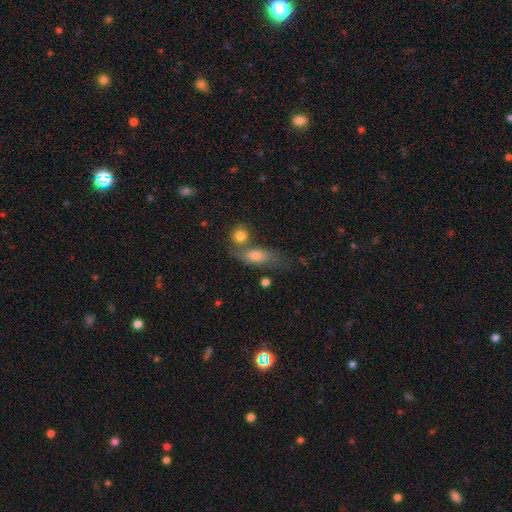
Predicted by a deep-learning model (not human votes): smooth_or_featured: smooth (p=0.66) [alt: featured or disk p=0.25]
how_rounded: in between (p=0.70) [alt: cigar-shaped p=0.20]
merging: none (p=0.40) [alt: merger p=0.34]